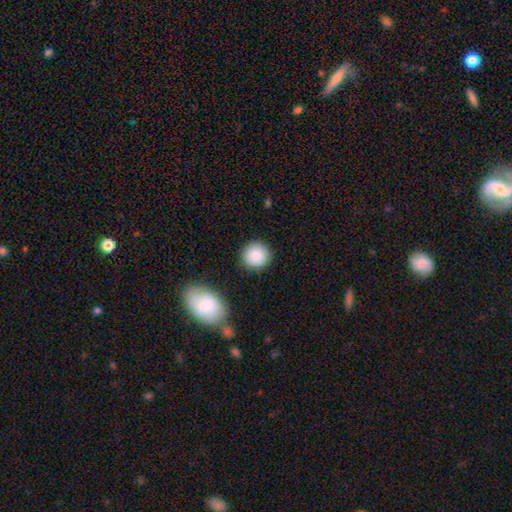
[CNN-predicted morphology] Smooth or featured: smooth — 87% (star or artifact — 7%)
How rounded: round — 94% (in between — 5%)
Merging: none — 89% (minor disturbance — 6%)